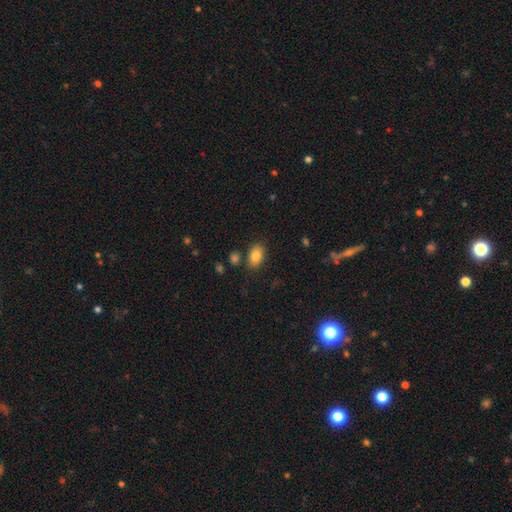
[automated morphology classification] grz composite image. It shows a smooth galaxy with no disk features (85%) that is in between round and cigar-shaped (90%). Merging: none (79%).